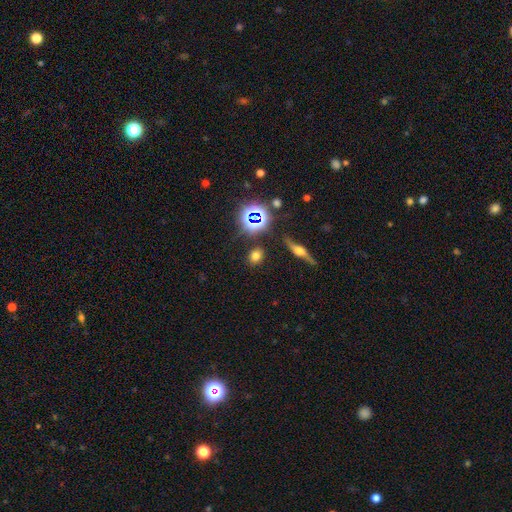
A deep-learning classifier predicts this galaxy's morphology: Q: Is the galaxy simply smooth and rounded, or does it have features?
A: smooth — 65%.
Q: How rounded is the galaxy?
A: round — 60%.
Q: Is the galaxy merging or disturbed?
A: none — 85%.